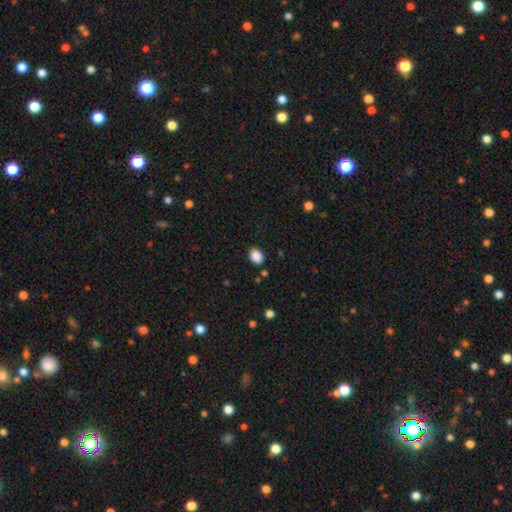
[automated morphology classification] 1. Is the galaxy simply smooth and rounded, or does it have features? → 88% smooth, 9% star or artifact, 3% featured or disk.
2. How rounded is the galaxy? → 64% in between, 35% round, 1% cigar-shaped.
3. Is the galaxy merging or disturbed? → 86% none, 10% minor disturbance, 2% major disturbance, 2% merger.